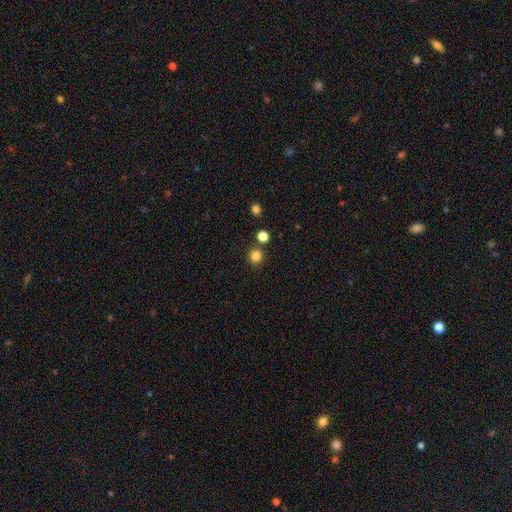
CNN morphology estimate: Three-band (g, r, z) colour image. It shows a smooth galaxy with no disk features (83%) that is round (92%). Merging: none (84%).